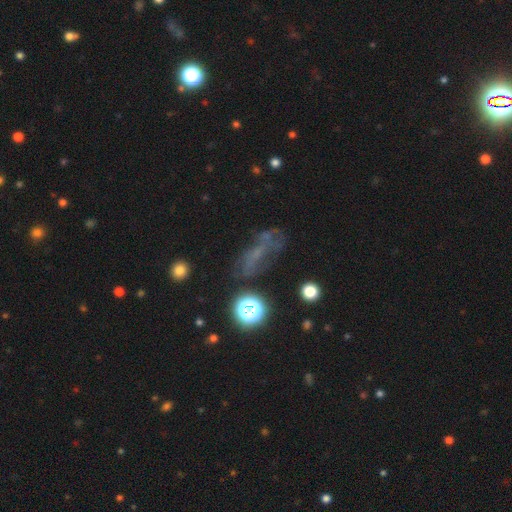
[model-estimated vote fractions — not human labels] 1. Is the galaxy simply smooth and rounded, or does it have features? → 34% smooth, 33% featured or disk, 33% star or artifact.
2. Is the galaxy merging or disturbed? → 46% none, 24% major disturbance, 21% minor disturbance, 9% merger.